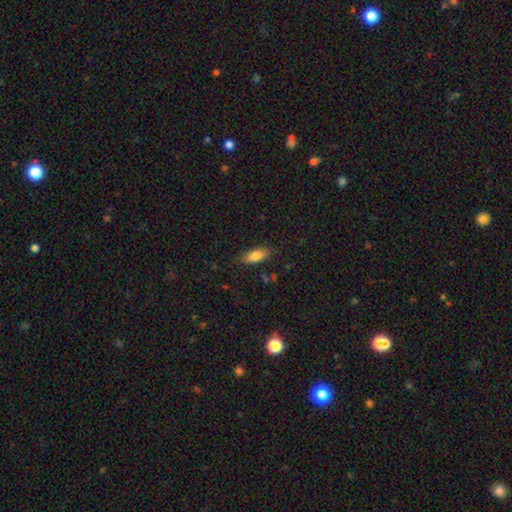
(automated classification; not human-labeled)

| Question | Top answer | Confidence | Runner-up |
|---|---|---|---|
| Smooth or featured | smooth | 82% | featured or disk (11%) |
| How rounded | in between | 84% | cigar-shaped (14%) |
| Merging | none | 83% | minor disturbance (13%) |